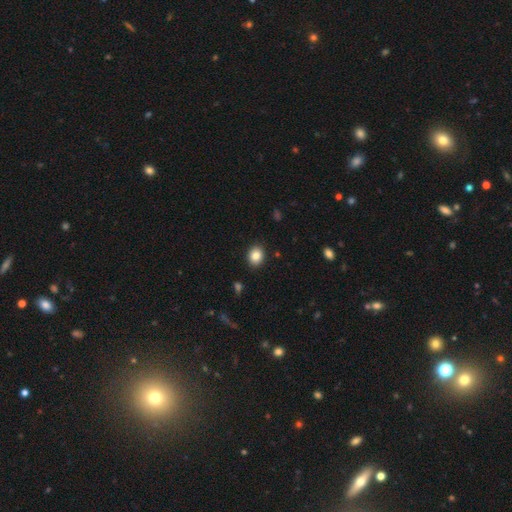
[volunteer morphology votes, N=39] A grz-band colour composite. It shows a smooth galaxy with no disk features (95%) that is round (54%). Merging: none (89%).